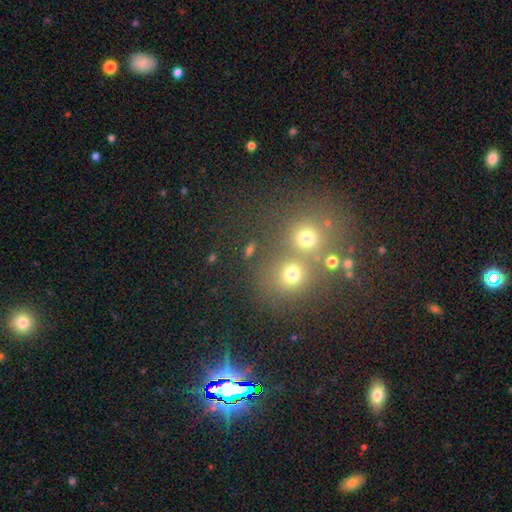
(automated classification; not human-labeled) This is marginally a smooth galaxy (44%). Merging: possibly none (47%).